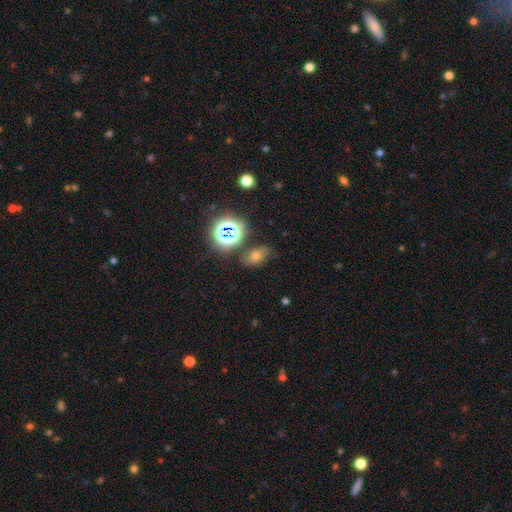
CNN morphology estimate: Smooth or featured?
  - smooth: 51% *
  - star or artifact: 34%
  - featured or disk: 15%
How rounded?
  - in between: 76% *
  - round: 21%
  - cigar-shaped: 3%
Merging?
  - none: 72% *
  - minor disturbance: 17%
  - major disturbance: 6%
  - merger: 6%